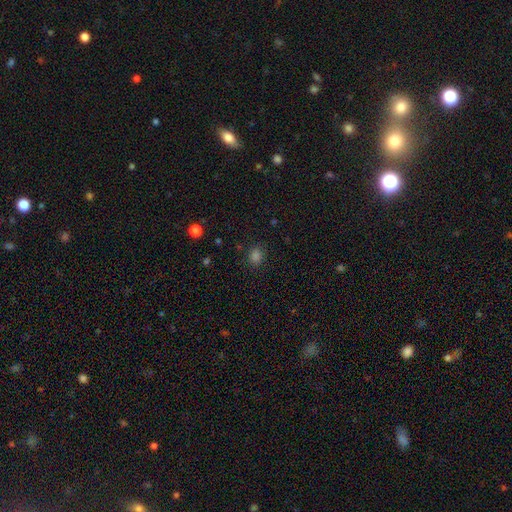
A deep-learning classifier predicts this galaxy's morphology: smooth_or_featured: smooth (p=0.78) [alt: star or artifact p=0.19]
how_rounded: round (p=0.58) [alt: in between p=0.40]
merging: none (p=0.86) [alt: minor disturbance p=0.09]